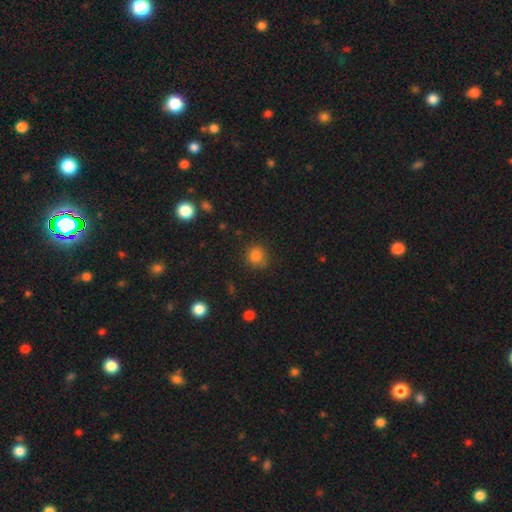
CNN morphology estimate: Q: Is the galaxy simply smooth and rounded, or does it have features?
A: smooth — 83%.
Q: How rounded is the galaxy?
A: round — 86%.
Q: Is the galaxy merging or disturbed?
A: none — 81%.